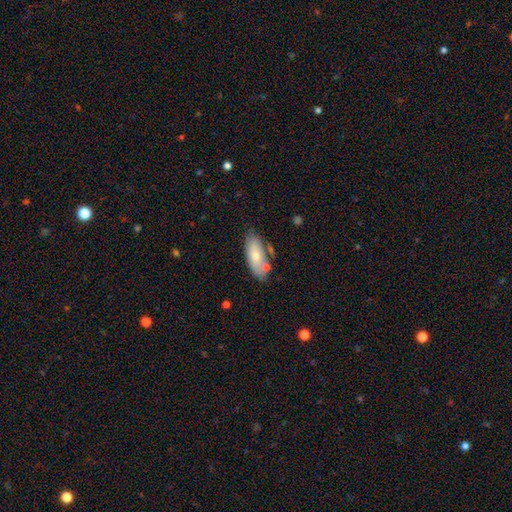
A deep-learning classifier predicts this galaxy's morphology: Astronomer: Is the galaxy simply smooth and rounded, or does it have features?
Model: smooth — 72%.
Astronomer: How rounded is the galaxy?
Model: in between — 83%.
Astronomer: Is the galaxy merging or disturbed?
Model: none — 68%.